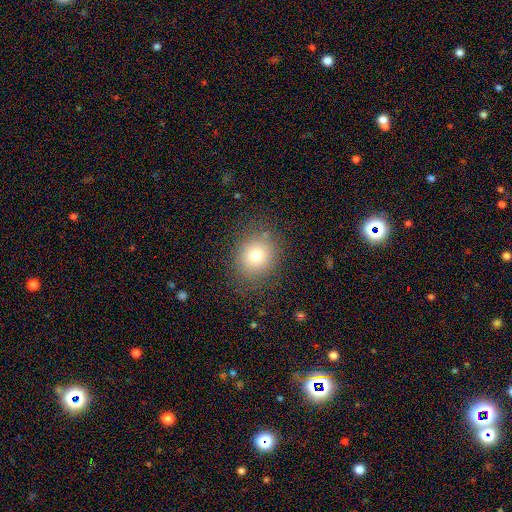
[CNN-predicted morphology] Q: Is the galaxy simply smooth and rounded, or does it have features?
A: smooth — 73%.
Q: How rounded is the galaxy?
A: round — 72%.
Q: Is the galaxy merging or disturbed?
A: none — 81%.